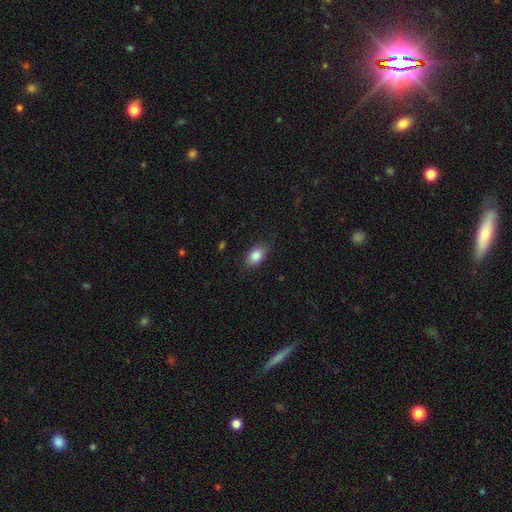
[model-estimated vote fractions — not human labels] Smooth or featured: smooth — 84% (featured or disk — 8%)
How rounded: in between — 87% (round — 10%)
Merging: none — 82% (minor disturbance — 14%)